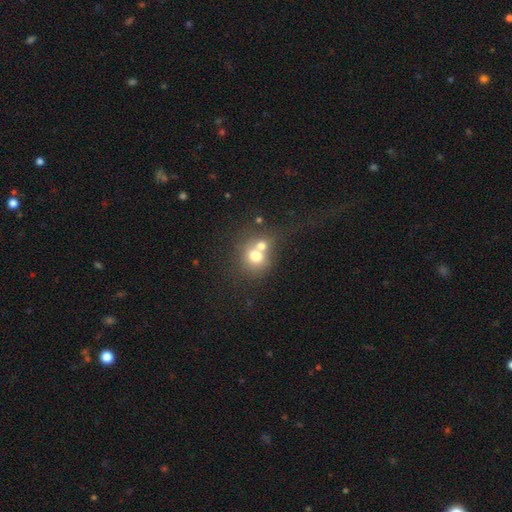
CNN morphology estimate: A smooth galaxy with no disk features (68%) that is round (75%).

Vote fractions:
- Smooth or featured? smooth: 68% / featured or disk: 20% / star or artifact: 12%
- How rounded? round: 75% / in between: 24% / cigar-shaped: 1%
- Merging? merger: 58% / none: 31% / minor disturbance: 7% / major disturbance: 4%